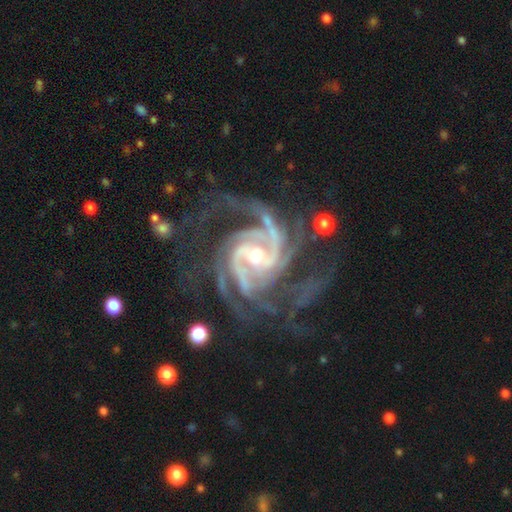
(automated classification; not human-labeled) smooth_or_featured: featured or disk (p=0.94) [alt: star or artifact p=0.05]
disk_edge_on: no (p=0.98) [alt: yes p=0.02]
bar: weak (p=0.41) [alt: strong p=0.30]
has_spiral_arms: yes (p=0.99) [alt: no p=0.01]
spiral_winding: tight (p=0.48) [alt: medium p=0.45]
spiral_arm_count: 3 (p=0.32) [alt: 2 p=0.25]
bulge_size: moderate (p=0.52) [alt: small p=0.42]
merging: none (p=0.61) [alt: major disturbance p=0.18]